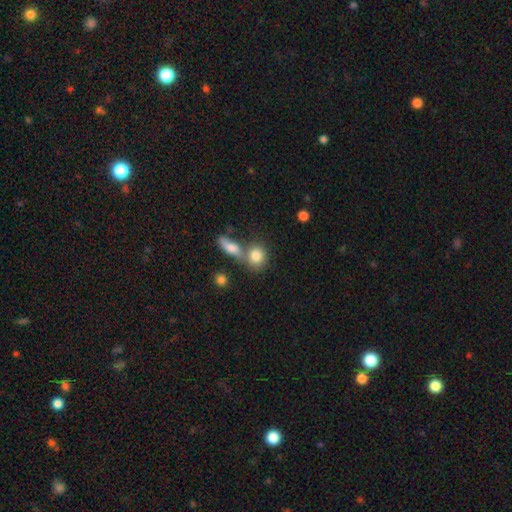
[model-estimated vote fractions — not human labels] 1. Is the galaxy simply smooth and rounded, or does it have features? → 82% smooth, 10% featured or disk, 8% star or artifact.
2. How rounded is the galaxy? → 70% round, 27% in between, 3% cigar-shaped.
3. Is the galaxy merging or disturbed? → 49% none, 37% merger, 10% minor disturbance, 4% major disturbance.